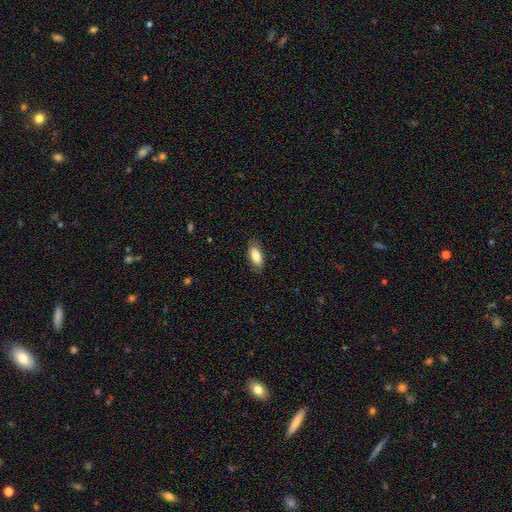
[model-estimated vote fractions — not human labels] smooth 81%, featured or disk 13%, star or artifact 6%. Down the decision tree: how rounded — in between (87%); merging — none (82%).